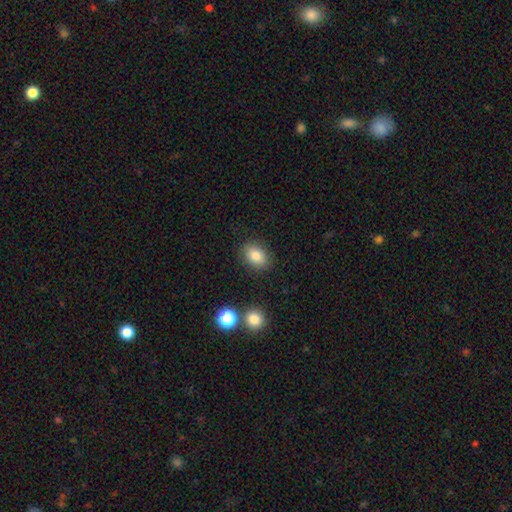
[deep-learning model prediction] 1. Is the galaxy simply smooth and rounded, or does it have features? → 83% smooth, 9% star or artifact, 8% featured or disk.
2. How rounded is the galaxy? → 73% in between, 26% round, 1% cigar-shaped.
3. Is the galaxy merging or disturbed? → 86% none, 9% minor disturbance, 3% major disturbance, 2% merger.